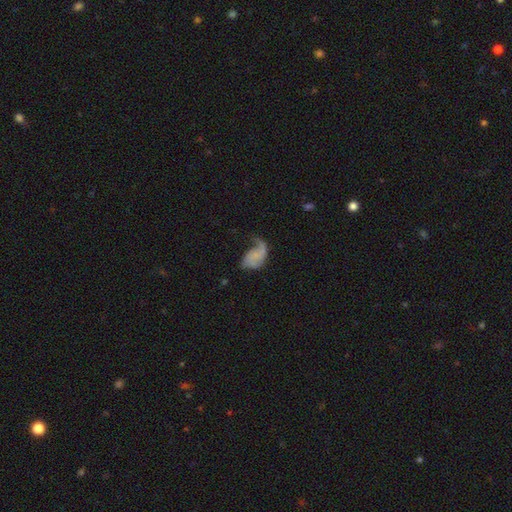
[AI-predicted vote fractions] Smooth or featured? Predicted: featured or disk (p=0.57). Edge-on disk? Predicted: no (p=0.97). Bar? Predicted: no (p=0.77). Spiral arms? Predicted: yes (p=0.79). Bulge size? Predicted: none (p=0.54). Merging? Predicted: major disturbance (p=0.43).